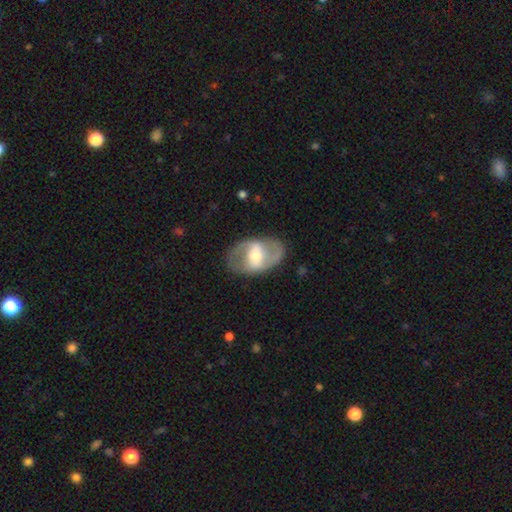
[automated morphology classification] Q: Smooth or featured?
A: featured or disk (76%); runner-up: smooth (19%)
Q: Edge-on disk?
A: no (95%); runner-up: yes (5%)
Q: Bar?
A: strong (40%); tied with: weak (40%)
Q: Spiral arms?
A: yes (75%); runner-up: no (25%)
Q: Spiral winding?
A: medium (48%); runner-up: loose (29%)
Q: Spiral arm count?
A: 2 (86%); runner-up: can't tell (8%)
Q: Bulge size?
A: moderate (64%); runner-up: small (25%)
Q: Merging?
A: none (80%); runner-up: minor disturbance (12%)